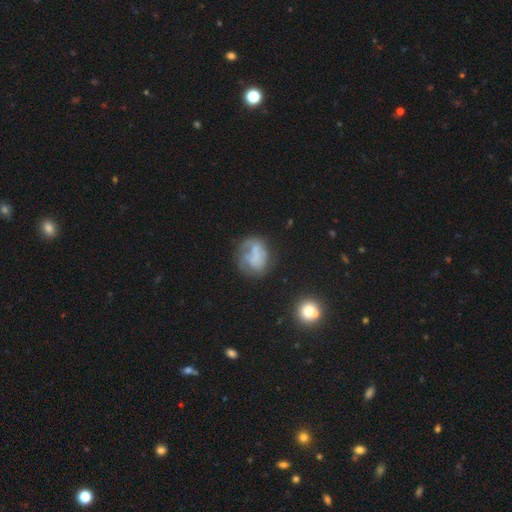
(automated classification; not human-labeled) This appears to be a featured or disk galaxy (47%). Merging: none (45%).